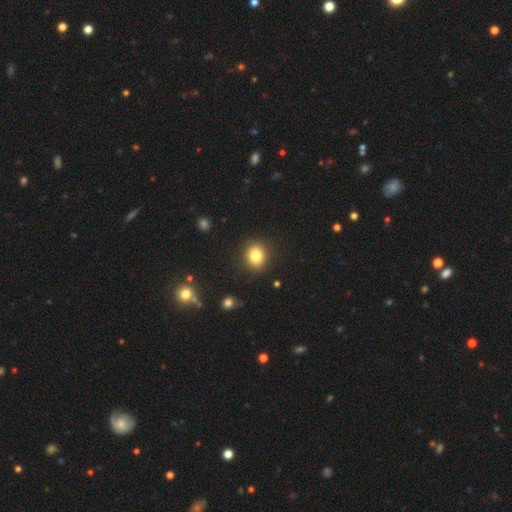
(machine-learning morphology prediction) Q: Smooth or featured?
A: smooth (82%); runner-up: star or artifact (11%)
Q: How rounded?
A: round (76%); runner-up: in between (23%)
Q: Merging?
A: none (89%); runner-up: minor disturbance (8%)